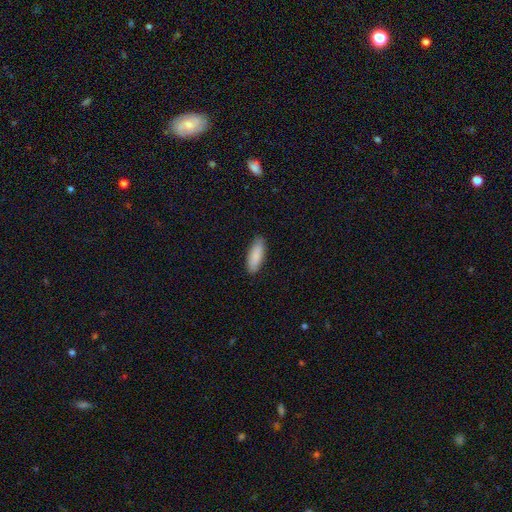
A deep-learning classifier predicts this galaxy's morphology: A smooth galaxy with no disk features (87%) that is in between round and cigar-shaped (68%). Merging: none (88%).